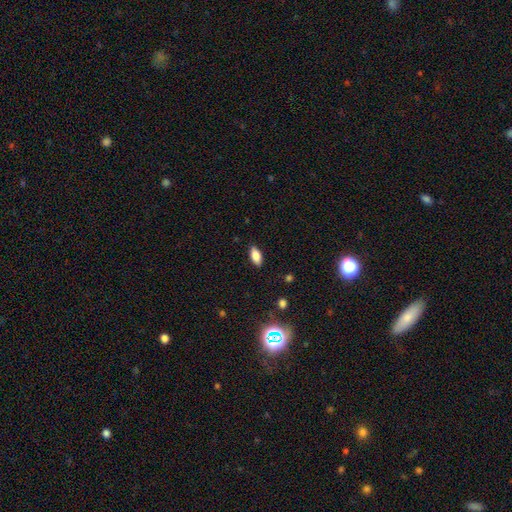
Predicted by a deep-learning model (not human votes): Smooth or featured? Predicted: smooth (p=0.83). How rounded? Predicted: in between (p=0.88). Merging? Predicted: none (p=0.87).